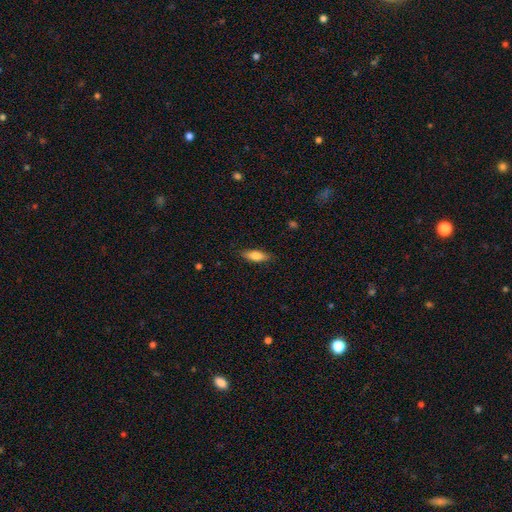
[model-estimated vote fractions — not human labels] smooth-or-featured: smooth: 75% | featured or disk: 19% | star or artifact: 6%
  how-rounded: in between: 60% | cigar-shaped: 38% | round: 2%
  merging: none: 86% | minor disturbance: 11% | major disturbance: 2% | merger: 1%